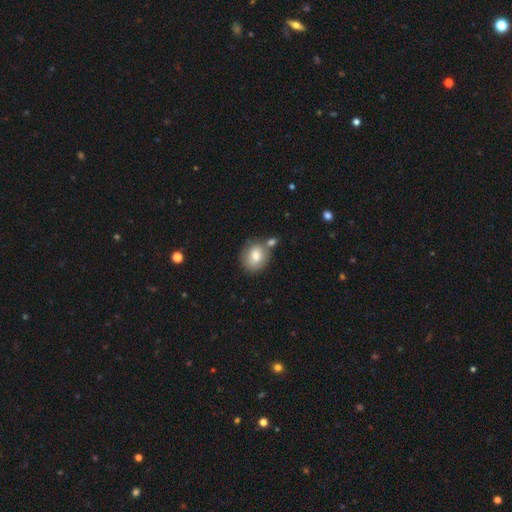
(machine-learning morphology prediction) smooth_or_featured: smooth (p=0.78) [alt: featured or disk p=0.14]
how_rounded: round (p=0.57) [alt: in between p=0.41]
merging: none (p=0.58) [alt: merger p=0.22]